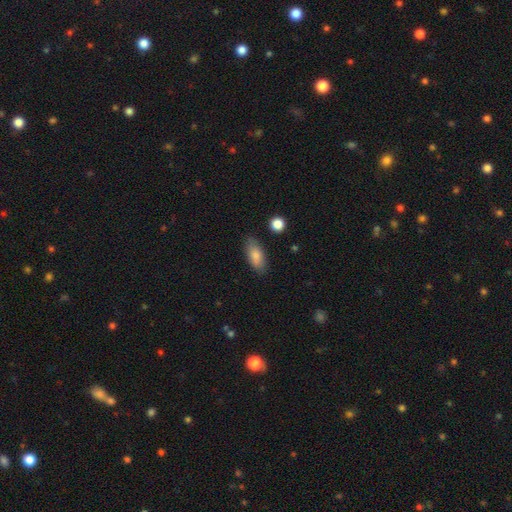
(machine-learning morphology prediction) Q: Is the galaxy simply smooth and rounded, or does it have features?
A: smooth — 81%.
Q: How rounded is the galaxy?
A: in between — 82%.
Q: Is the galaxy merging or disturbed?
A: none — 80%.